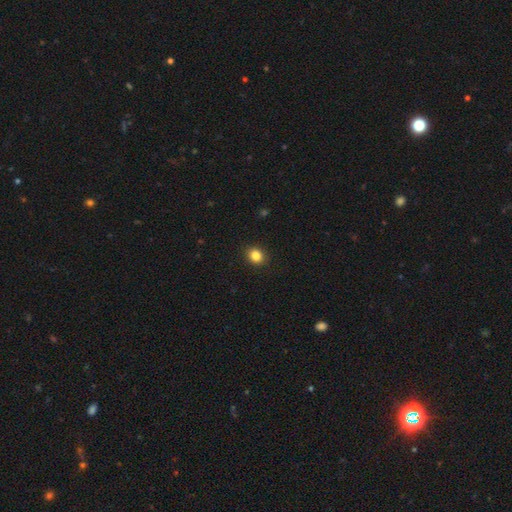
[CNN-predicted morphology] smooth-or-featured: smooth: 84% | star or artifact: 11% | featured or disk: 5%
  how-rounded: round: 71% | in between: 28% | cigar-shaped: 1%
  merging: none: 91% | minor disturbance: 6% | major disturbance: 2% | merger: 1%